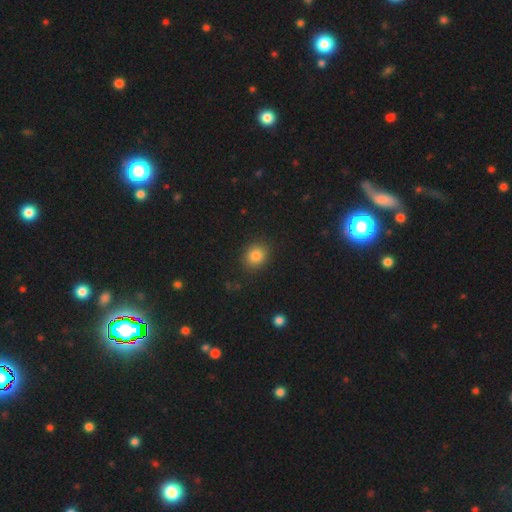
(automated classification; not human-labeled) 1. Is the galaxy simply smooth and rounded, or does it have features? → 83% smooth, 11% star or artifact, 6% featured or disk.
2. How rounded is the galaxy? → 70% round, 29% in between, 1% cigar-shaped.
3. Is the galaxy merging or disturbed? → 87% none, 9% minor disturbance, 3% major disturbance, 1% merger.